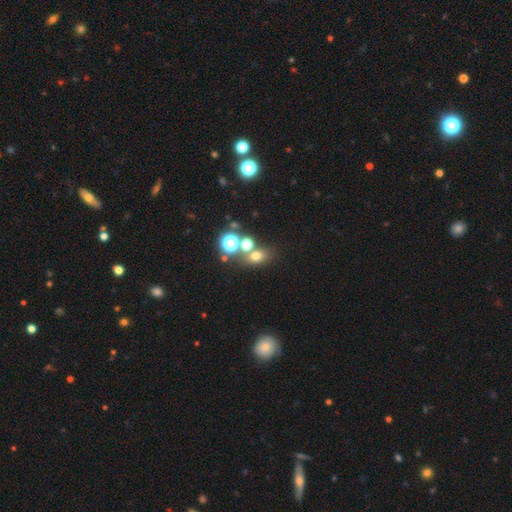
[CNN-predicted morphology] smooth 64%, star or artifact 25%, featured or disk 11%. Down the decision tree: how rounded — round (55%); merging — none (60%).